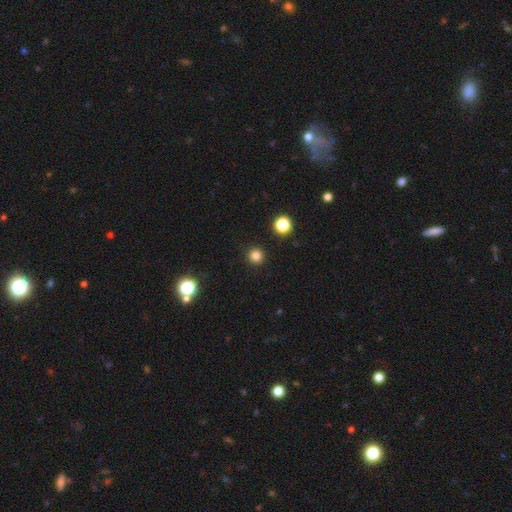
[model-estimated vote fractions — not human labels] Morphology: type=smooth (82%); roundness=round (96%); merging=none (93%).